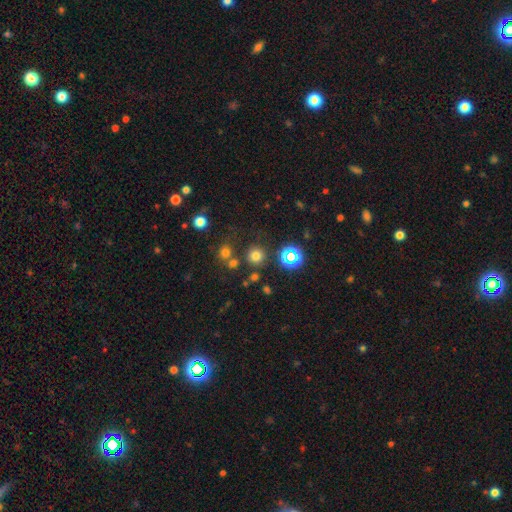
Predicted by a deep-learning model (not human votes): smooth-or-featured: smooth: 69% | star or artifact: 24% | featured or disk: 7%
  how-rounded: round: 94% | in between: 5% | cigar-shaped: 1%
  merging: none: 77% | merger: 10% | minor disturbance: 8% | major disturbance: 4%